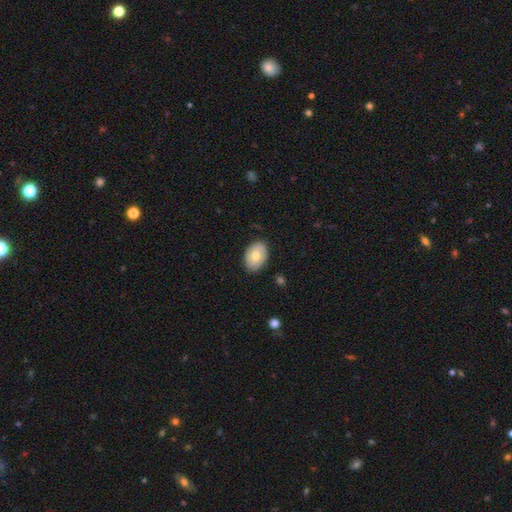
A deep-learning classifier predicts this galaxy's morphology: This appears to be a smooth galaxy with no disk features (62%) that is in between round and cigar-shaped (81%). Merging: none (83%).